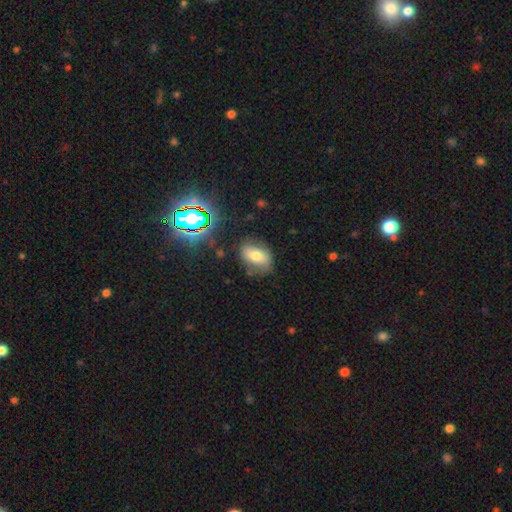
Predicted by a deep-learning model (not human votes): A smooth galaxy with no disk features (66%) that is in between round and cigar-shaped (82%). Merging: none (71%).